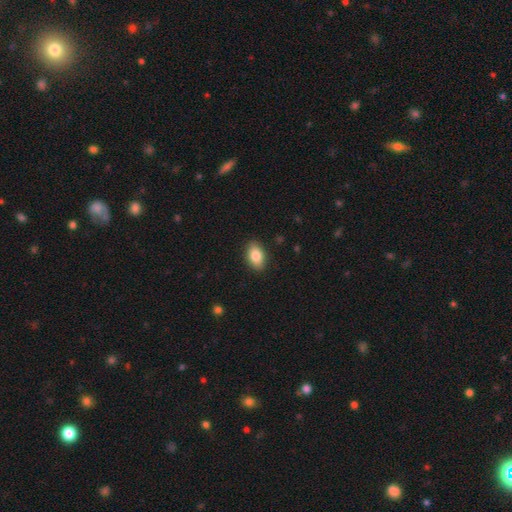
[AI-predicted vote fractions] Smooth or featured: smooth — 84% (featured or disk — 9%)
How rounded: in between — 90% (round — 8%)
Merging: none — 88% (minor disturbance — 9%)